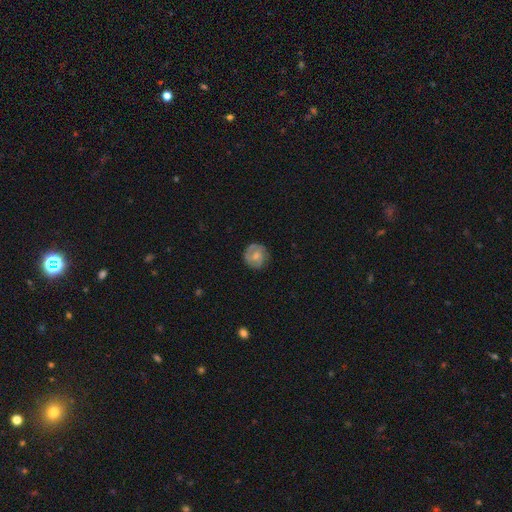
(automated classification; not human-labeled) Smooth or featured? Predicted: featured or disk (p=0.51). Edge-on disk? Predicted: no (p=0.98). Merging? Predicted: none (p=0.76).